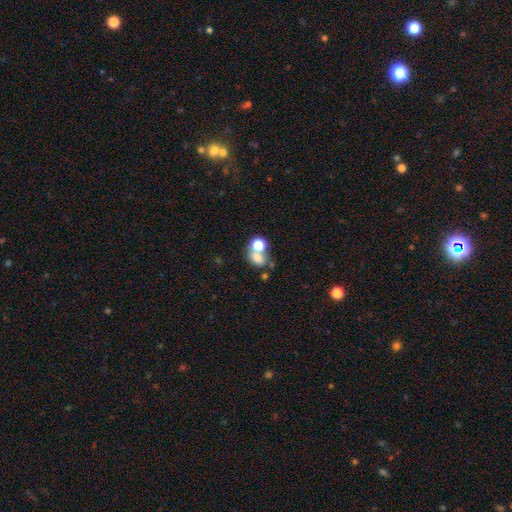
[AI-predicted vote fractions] This is likely a smooth galaxy (71%). How rounded: possibly in between (50%). Merging: possibly merger (49%).